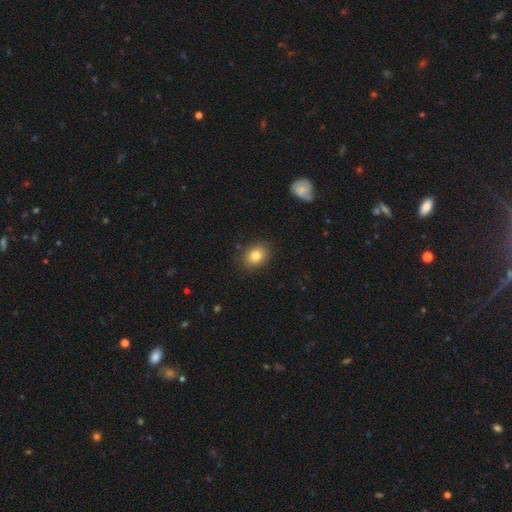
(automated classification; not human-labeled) smooth-or-featured: smooth: 81% | star or artifact: 10% | featured or disk: 9%
  how-rounded: in between: 51% | round: 48% | cigar-shaped: 1%
  merging: none: 86% | minor disturbance: 10% | major disturbance: 2% | merger: 1%